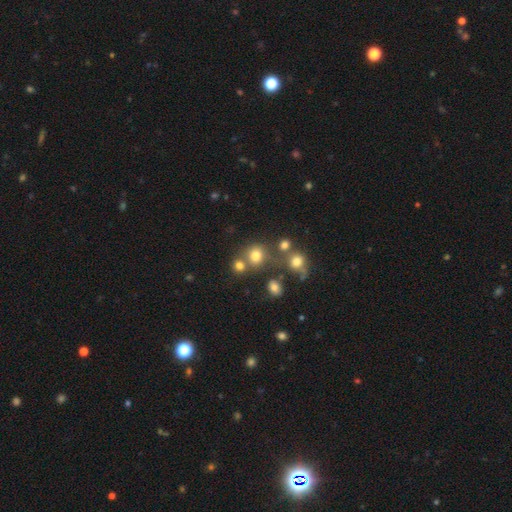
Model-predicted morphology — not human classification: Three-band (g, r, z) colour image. It shows a smooth galaxy with no disk features (75%) that is round (81%). Merging: none (59%).